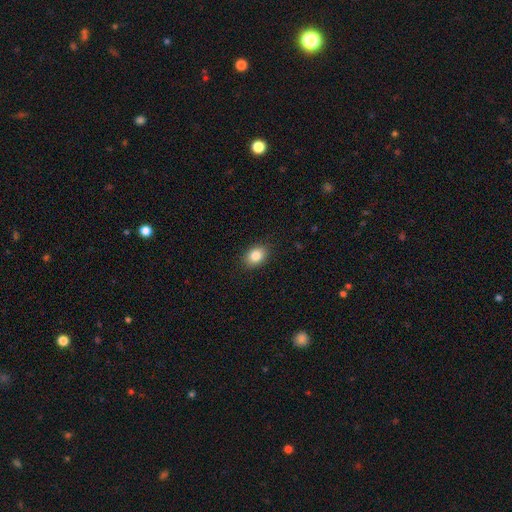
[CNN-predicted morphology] smooth-or-featured: smooth: 85% | star or artifact: 9% | featured or disk: 6%
  how-rounded: in between: 70% | round: 29% | cigar-shaped: 1%
  merging: none: 88% | minor disturbance: 9% | major disturbance: 2% | merger: 1%